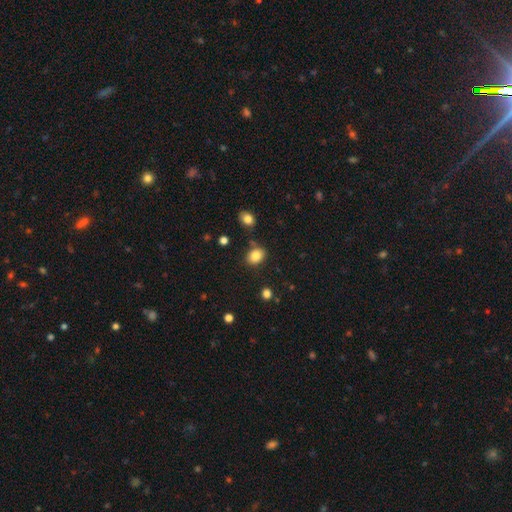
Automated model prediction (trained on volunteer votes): Smooth or featured? smooth (83%)
How rounded? in between (56%)
Merging? none (76%)